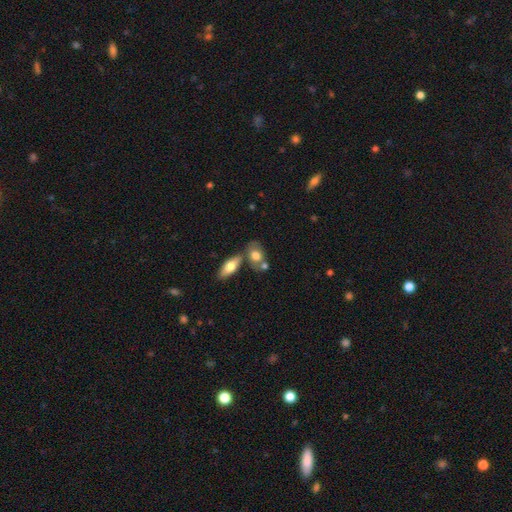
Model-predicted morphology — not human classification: Smooth or featured? Predicted: smooth (p=0.71). How rounded? Predicted: in between (p=0.78). Merging? Predicted: none (p=0.48).